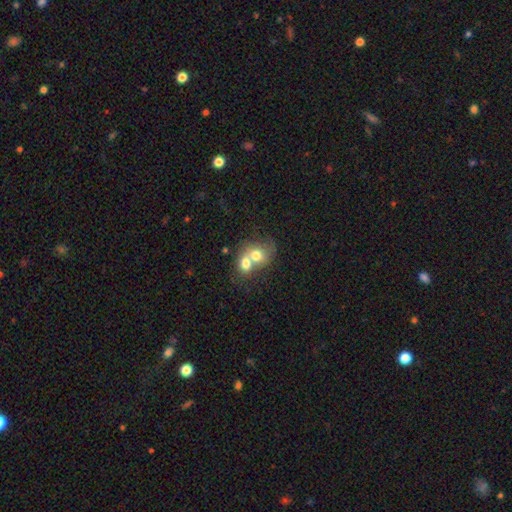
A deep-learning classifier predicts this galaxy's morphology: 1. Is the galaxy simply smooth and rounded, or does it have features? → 69% smooth, 22% featured or disk, 9% star or artifact.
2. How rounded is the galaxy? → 58% round, 41% in between, 1% cigar-shaped.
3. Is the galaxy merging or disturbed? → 73% merger, 18% none, 6% minor disturbance, 4% major disturbance.